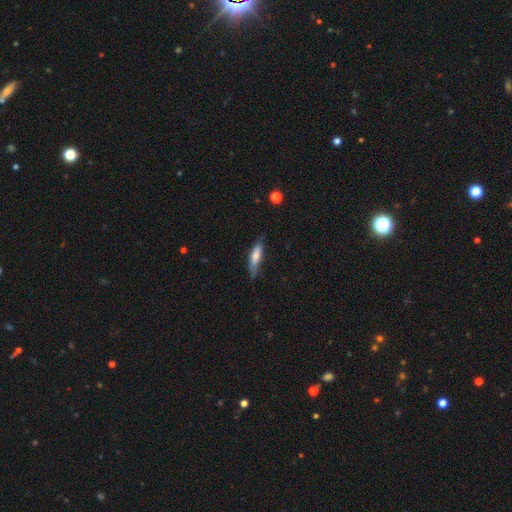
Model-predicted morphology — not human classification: smooth_or_featured: smooth (p=0.62) [alt: featured or disk p=0.32]
how_rounded: cigar-shaped (p=0.68) [alt: in between p=0.30]
merging: none (p=0.66) [alt: minor disturbance p=0.27]